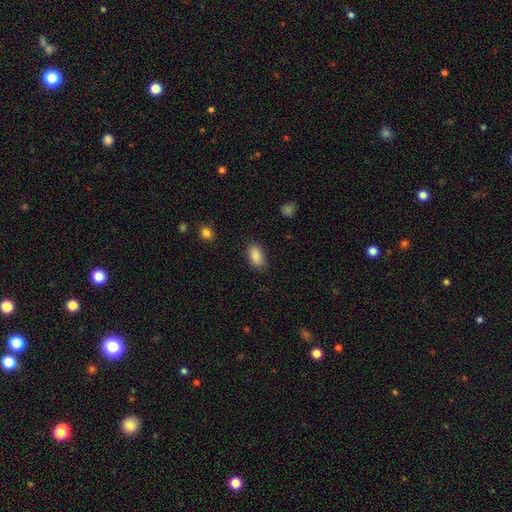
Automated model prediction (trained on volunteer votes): Smooth or featured? smooth (89%)
How rounded? in between (93%)
Merging? none (83%)